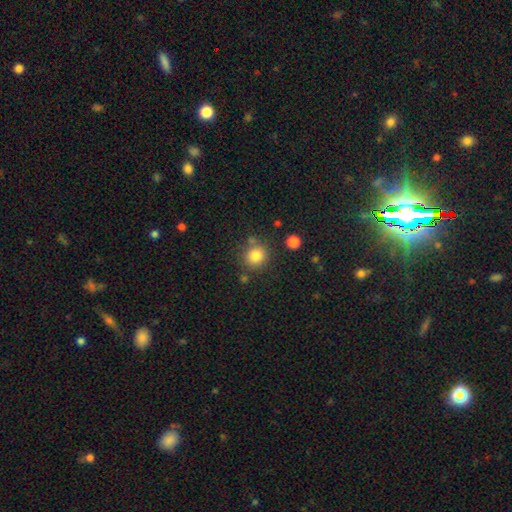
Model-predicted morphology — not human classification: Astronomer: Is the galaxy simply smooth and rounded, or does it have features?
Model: smooth — 82%.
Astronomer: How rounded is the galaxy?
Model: round — 89%.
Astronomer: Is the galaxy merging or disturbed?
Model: none — 78%.